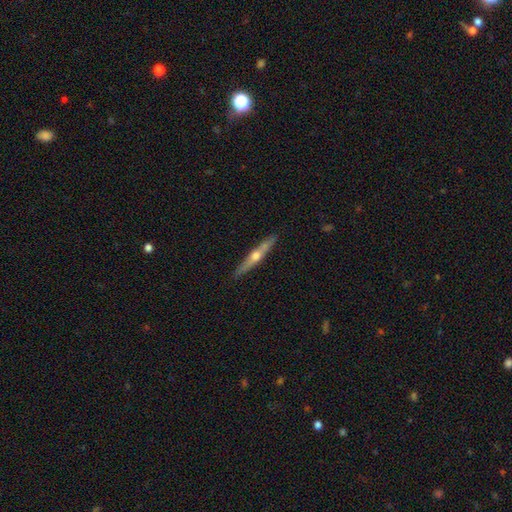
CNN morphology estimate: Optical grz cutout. It shows a featured or disk galaxy (69%) viewed edge-on (96%) with a rounded central bulge (91%). Merging: none (90%).